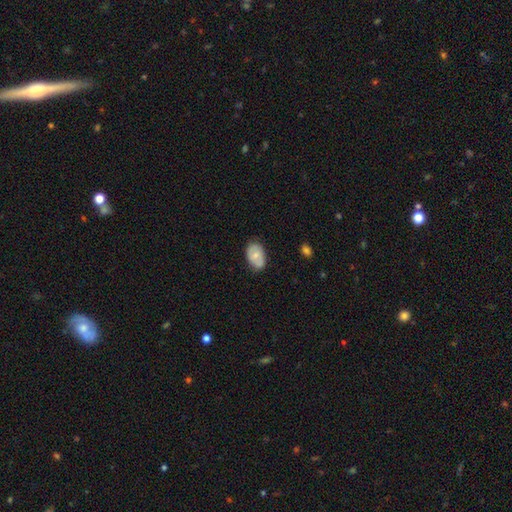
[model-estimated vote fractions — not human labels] The model was most divided on "smooth or featured": smooth: 63%, featured or disk: 30%, star or artifact: 7%. More confident: how rounded — in between (90%); merging — none (72%).